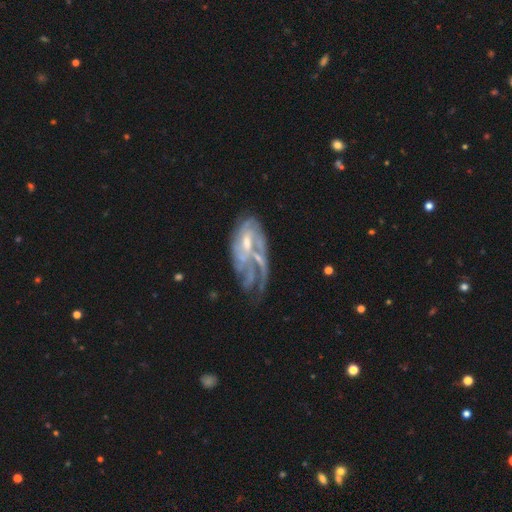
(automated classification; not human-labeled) The model was most divided on "merging": none: 35%, major disturbance: 30%, minor disturbance: 19%, merger: 17%. More confident: edge-on disk — no (92%); smooth or featured — featured or disk (70%); spiral arms — yes (68%); bulge size — small (58%); bar — no (57%).